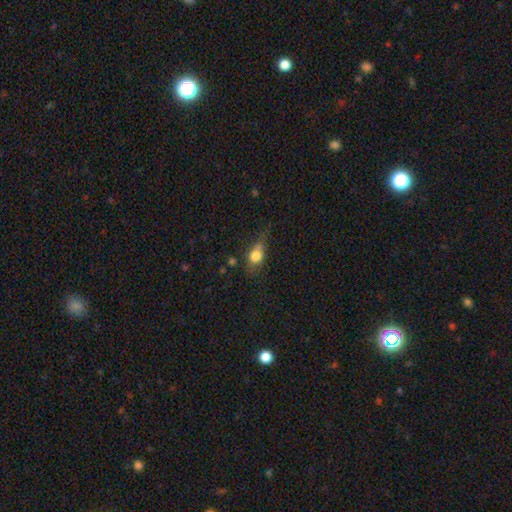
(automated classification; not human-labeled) Smooth or featured: smooth — 71% (featured or disk — 18%)
How rounded: in between — 56% (round — 35%)
Merging: none — 40% (minor disturbance — 31%)